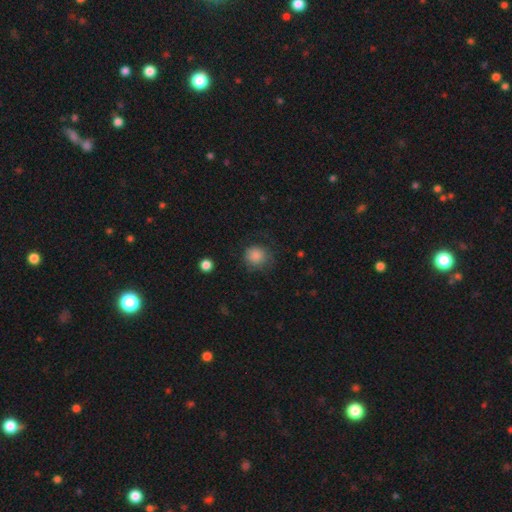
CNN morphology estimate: Smooth or featured: smooth — 85% (star or artifact — 10%)
How rounded: round — 86% (in between — 13%)
Merging: none — 71% (minor disturbance — 19%)